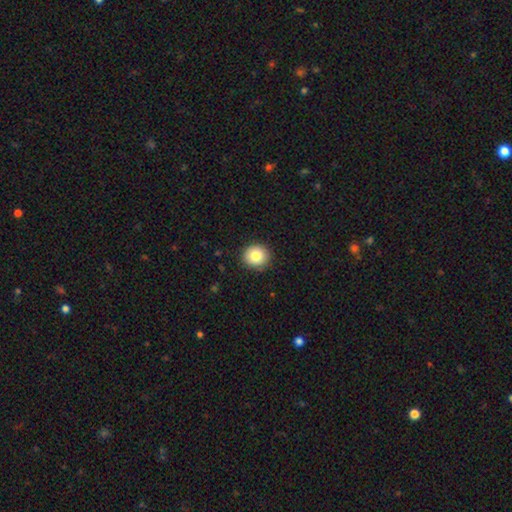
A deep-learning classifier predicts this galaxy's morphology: smooth-or-featured: smooth: 83% | star or artifact: 9% | featured or disk: 8%
  how-rounded: round: 89% | in between: 11% | cigar-shaped: 1%
  merging: none: 90% | minor disturbance: 7% | major disturbance: 2% | merger: 1%